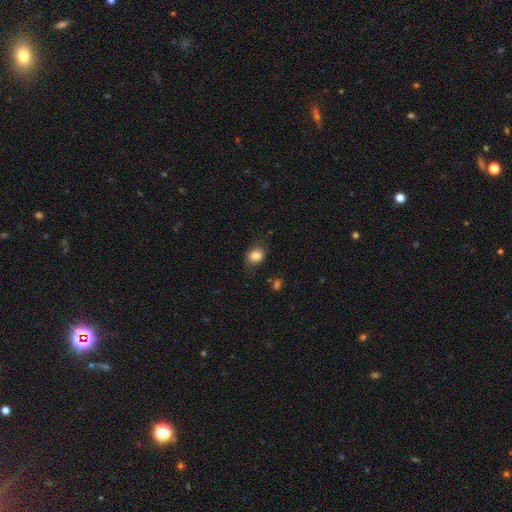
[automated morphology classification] smooth-or-featured: smooth: 83% | star or artifact: 9% | featured or disk: 8%
  how-rounded: round: 50% | in between: 49% | cigar-shaped: 1%
  merging: none: 73% | minor disturbance: 20% | major disturbance: 6% | merger: 2%